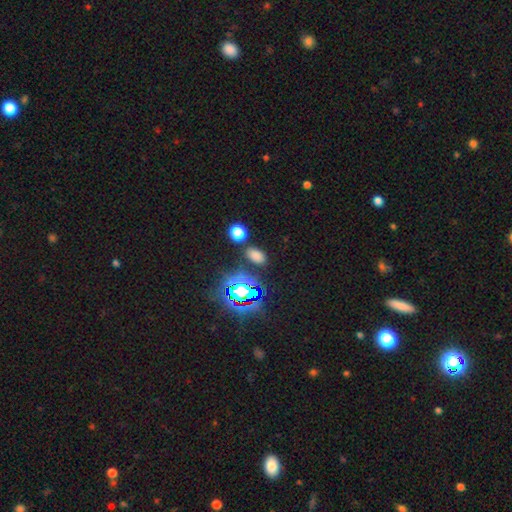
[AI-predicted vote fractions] The model was most divided on "smooth or featured": smooth: 68%, star or artifact: 26%, featured or disk: 6%. More confident: how rounded — in between (86%); merging — none (80%).